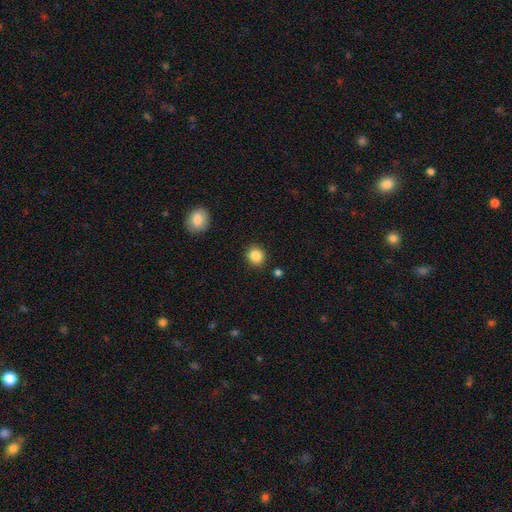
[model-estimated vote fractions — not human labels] Overall: smooth (86%). How rounded: round (86%). Merging: none (90%).